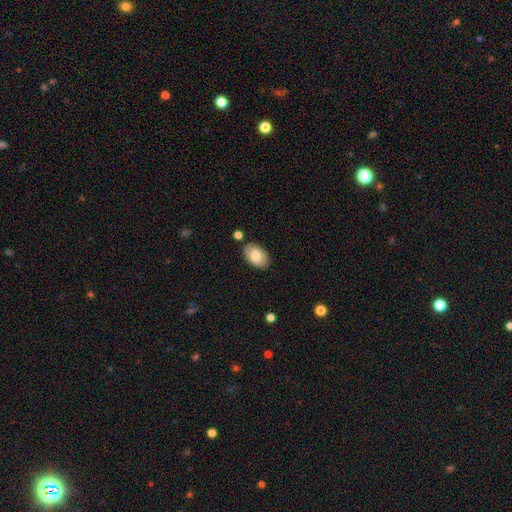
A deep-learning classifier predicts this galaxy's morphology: This is likely a smooth galaxy (80%). How rounded: clearly in between (91%). Merging: clearly none (84%).